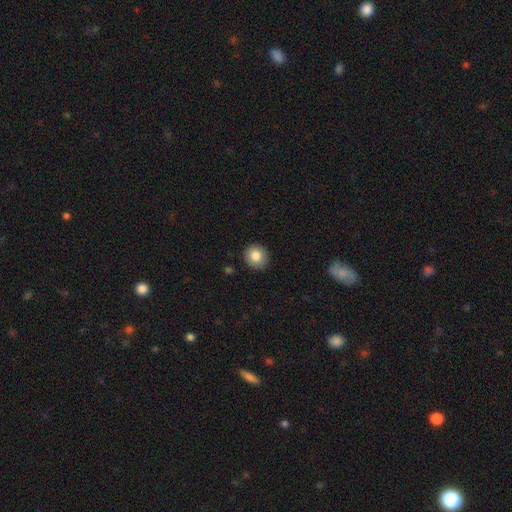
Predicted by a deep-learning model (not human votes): smooth 83%, star or artifact 8%, featured or disk 8%. Down the decision tree: how rounded — round (87%); merging — none (90%).